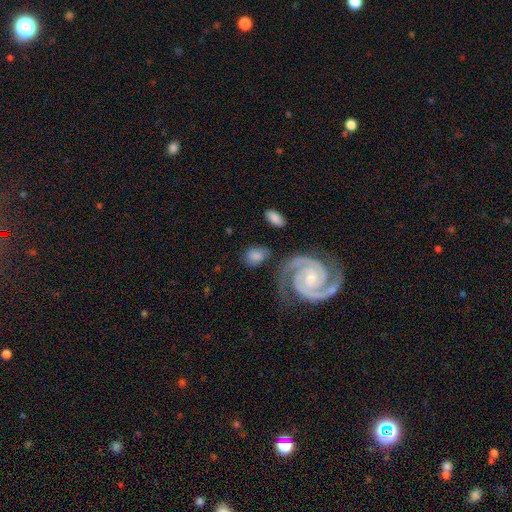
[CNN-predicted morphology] Smooth or featured: smooth — 49% (featured or disk — 44%)
Merging: none — 61% (minor disturbance — 19%)